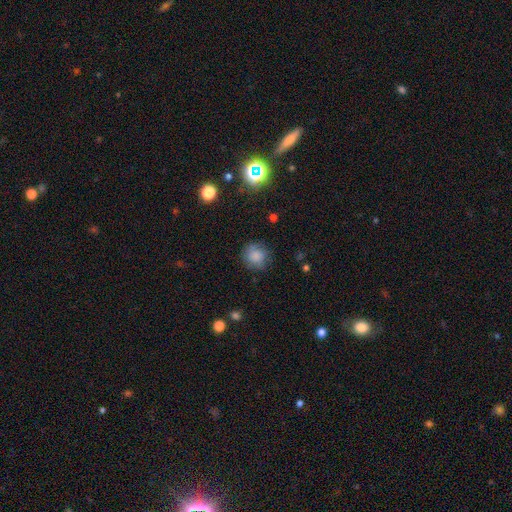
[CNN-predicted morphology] smooth-or-featured: smooth: 79% | star or artifact: 11% | featured or disk: 9%
  how-rounded: round: 87% | in between: 12% | cigar-shaped: 1%
  merging: none: 76% | minor disturbance: 17% | major disturbance: 6% | merger: 1%